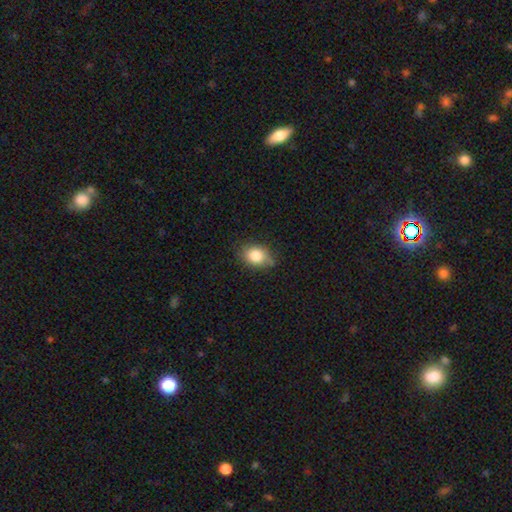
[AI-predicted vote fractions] smooth_or_featured: smooth (p=0.83) [alt: star or artifact p=0.09]
how_rounded: in between (p=0.64) [alt: round p=0.34]
merging: none (p=0.70) [alt: minor disturbance p=0.25]